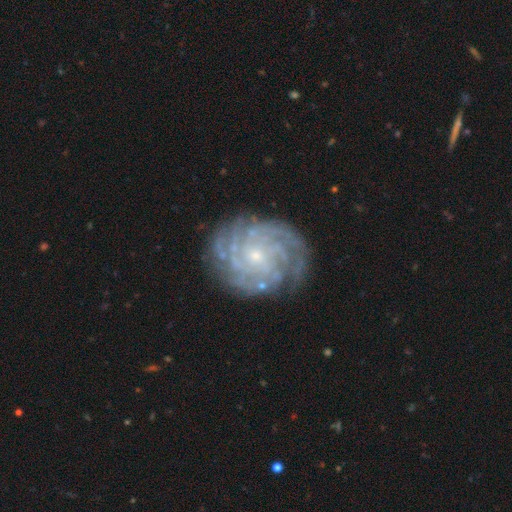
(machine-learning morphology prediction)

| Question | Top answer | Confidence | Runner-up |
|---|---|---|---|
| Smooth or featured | featured or disk | 86% | smooth (8%) |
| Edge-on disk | no | 97% | yes (3%) |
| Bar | no | 73% | weak (22%) |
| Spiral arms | yes | 96% | no (4%) |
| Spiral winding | tight | 77% | medium (19%) |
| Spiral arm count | can't tell | 31% | more than 4 (22%) |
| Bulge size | small | 80% | moderate (15%) |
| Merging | none | 78% | minor disturbance (15%) |